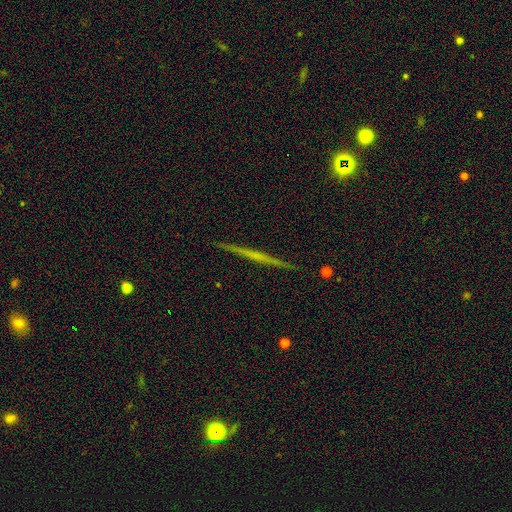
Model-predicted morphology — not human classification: smooth_or_featured: featured or disk (p=0.64) [alt: smooth p=0.27]
disk_edge_on: yes (p=0.98) [alt: no p=0.02]
edge_on_bulge: none (p=0.83) [alt: rounded p=0.11]
merging: none (p=0.93) [alt: minor disturbance p=0.05]